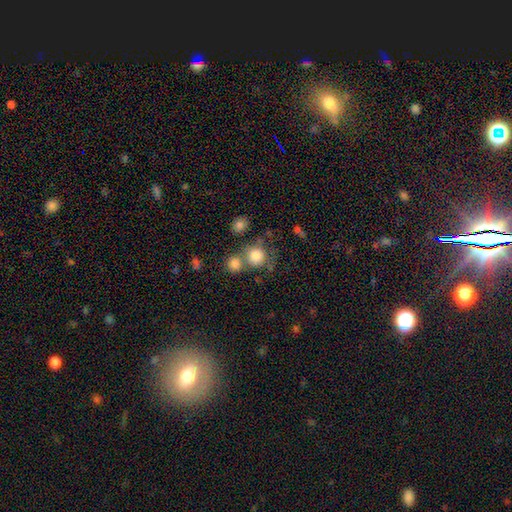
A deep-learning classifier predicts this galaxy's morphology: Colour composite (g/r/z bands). It shows a smooth galaxy with no disk features (81%) that is round (86%). Merging: none (52%).